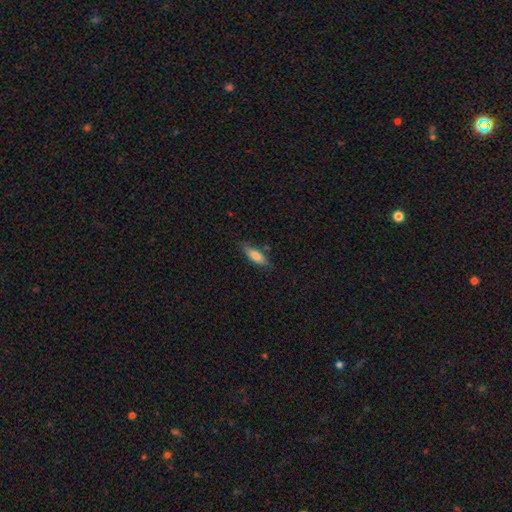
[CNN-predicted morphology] A smooth galaxy with no disk features (79%) that is in between round and cigar-shaped (57%).

Vote fractions:
- Smooth or featured? smooth: 79% / featured or disk: 14% / star or artifact: 7%
- How rounded? in between: 57% / cigar-shaped: 41% / round: 2%
- Merging? none: 75% / minor disturbance: 18% / major disturbance: 4% / merger: 3%